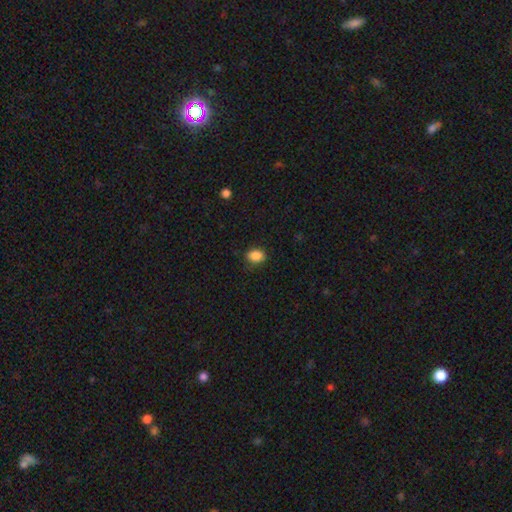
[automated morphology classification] This appears to be a smooth galaxy with no disk features (87%) that is in between round and cigar-shaped (72%). Merging: none (83%).